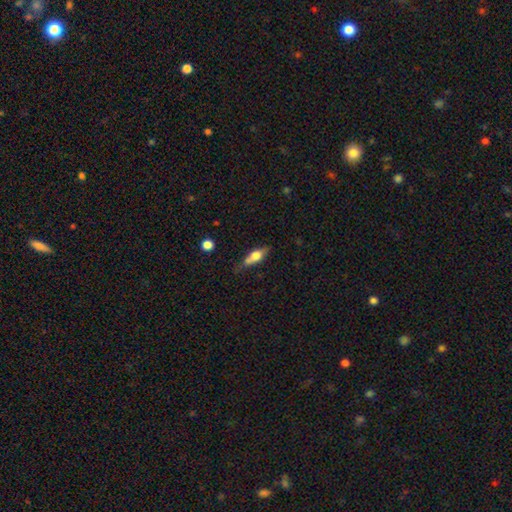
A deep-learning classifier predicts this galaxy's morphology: Q: Smooth or featured?
A: smooth (57%); runner-up: featured or disk (36%)
Q: How rounded?
A: in between (56%); runner-up: cigar-shaped (40%)
Q: Merging?
A: none (58%); runner-up: minor disturbance (28%)